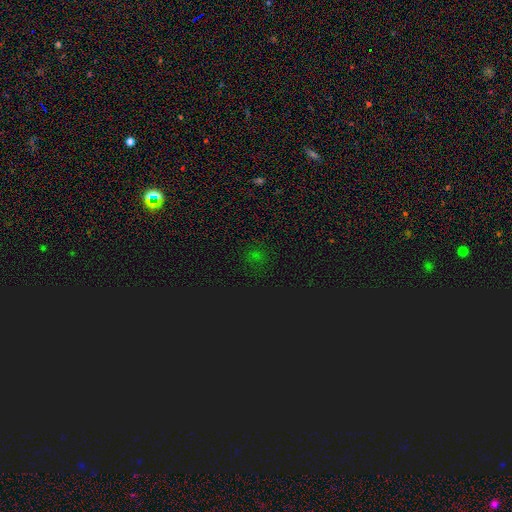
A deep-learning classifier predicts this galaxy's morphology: smooth_or_featured: star or artifact (p=0.61) [alt: smooth p=0.32]